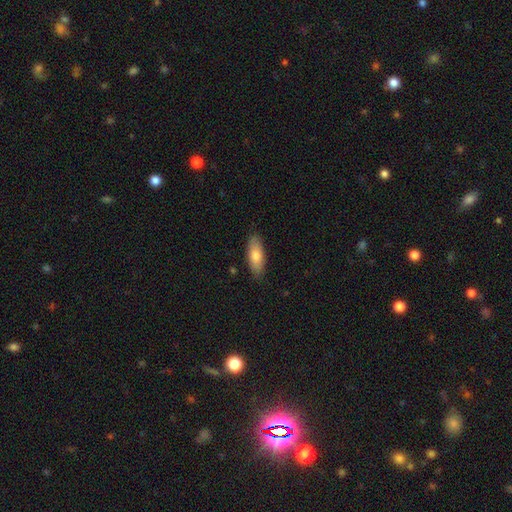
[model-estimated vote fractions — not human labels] Smooth or featured?
  - smooth: 76% *
  - featured or disk: 19%
  - star or artifact: 6%
How rounded?
  - in between: 74% *
  - cigar-shaped: 23%
  - round: 2%
Merging?
  - none: 85% *
  - minor disturbance: 12%
  - major disturbance: 2%
  - merger: 1%